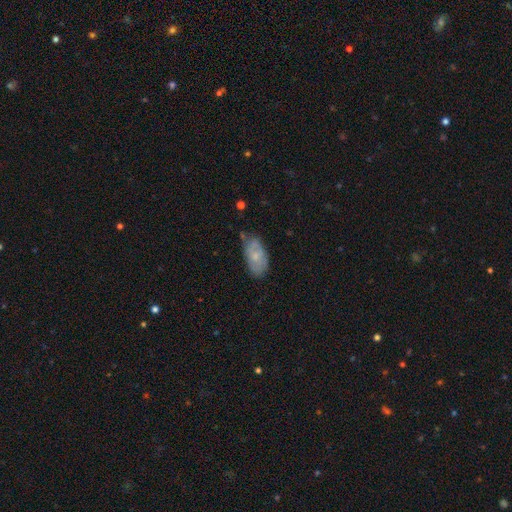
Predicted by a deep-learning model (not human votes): A smooth galaxy with no disk features (60%) that is in between round and cigar-shaped (92%).

Vote fractions:
- Smooth or featured? smooth: 60% / featured or disk: 33% / star or artifact: 7%
- How rounded? in between: 92% / round: 4% / cigar-shaped: 4%
- Merging? none: 57% / minor disturbance: 32% / major disturbance: 7% / merger: 3%